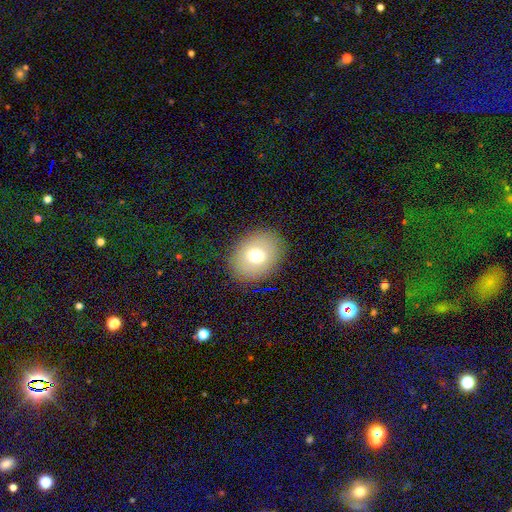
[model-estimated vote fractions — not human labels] Smooth or featured?
  - smooth: 67% *
  - featured or disk: 22%
  - star or artifact: 11%
How rounded?
  - in between: 51% *
  - round: 49%
  - cigar-shaped: 1%
Merging?
  - none: 85% *
  - minor disturbance: 10%
  - major disturbance: 4%
  - merger: 1%